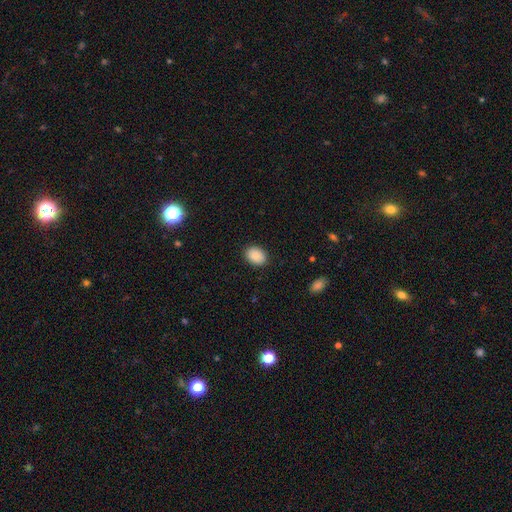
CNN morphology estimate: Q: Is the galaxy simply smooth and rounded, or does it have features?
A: smooth — 88%.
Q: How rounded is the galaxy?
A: in between — 73%.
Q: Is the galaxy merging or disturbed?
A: none — 89%.